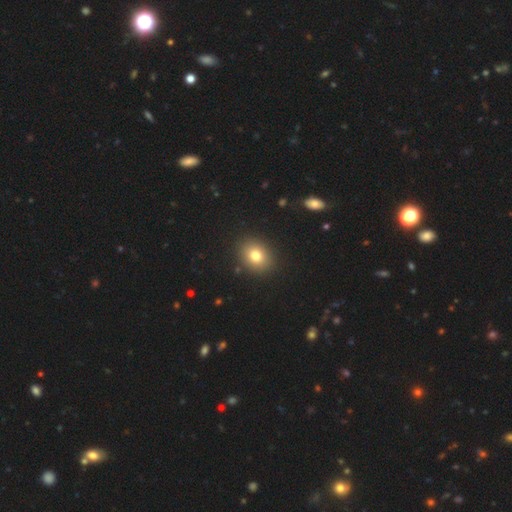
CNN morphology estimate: smooth-or-featured: smooth: 78% | star or artifact: 12% | featured or disk: 10%
  how-rounded: round: 56% | in between: 43% | cigar-shaped: 1%
  merging: none: 90% | minor disturbance: 7% | major disturbance: 2% | merger: 1%